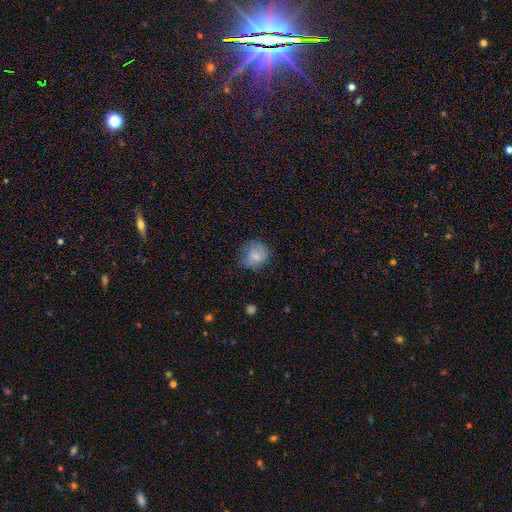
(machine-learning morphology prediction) smooth 74%, featured or disk 17%, star or artifact 9%. Down the decision tree: how rounded — round (76%); merging — none (57%).